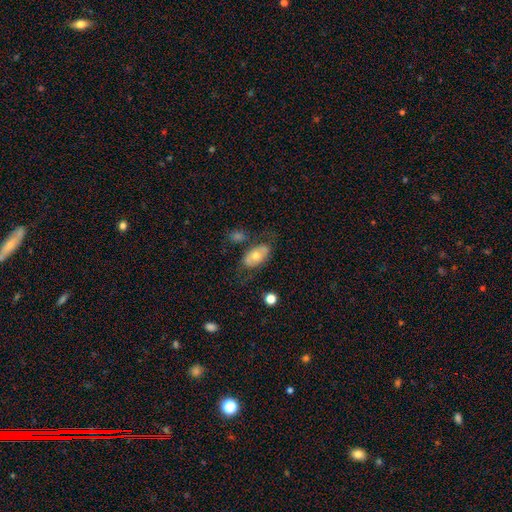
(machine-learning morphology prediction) Smooth or featured?
  - smooth: 57% *
  - featured or disk: 36%
  - star or artifact: 7%
How rounded?
  - in between: 90% *
  - round: 7%
  - cigar-shaped: 3%
Merging?
  - none: 61% *
  - minor disturbance: 20%
  - major disturbance: 11%
  - merger: 8%